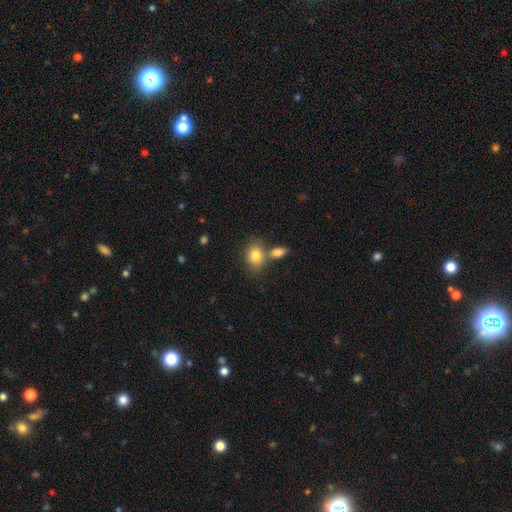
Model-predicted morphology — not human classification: A smooth galaxy with no disk features (82%) that is in between round and cigar-shaped (61%).

Vote fractions:
- Smooth or featured? smooth: 82% / featured or disk: 9% / star or artifact: 8%
- How rounded? in between: 61% / round: 37% / cigar-shaped: 1%
- Merging? none: 56% / merger: 30% / minor disturbance: 11% / major disturbance: 3%